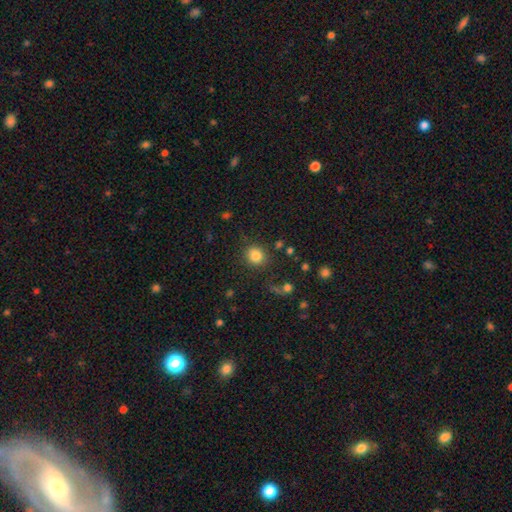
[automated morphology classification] A smooth galaxy with no disk features (83%) that is round (81%). Merging: none (84%).